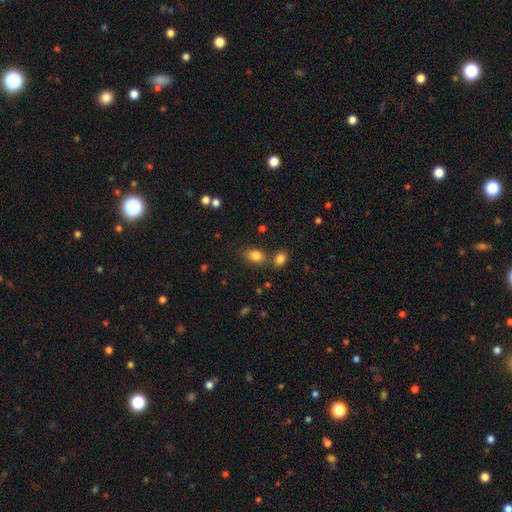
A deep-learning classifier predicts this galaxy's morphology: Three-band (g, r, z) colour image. It shows a smooth galaxy with no disk features (82%) that is in between round and cigar-shaped (73%). Merging: none (65%).